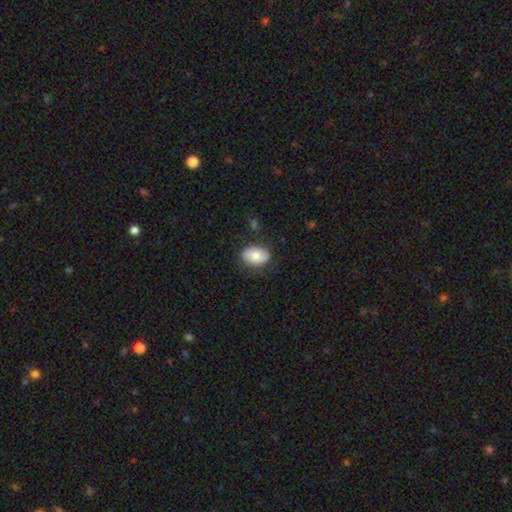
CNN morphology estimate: smooth_or_featured: smooth (p=0.78) [alt: featured or disk p=0.15]
how_rounded: in between (p=0.77) [alt: round p=0.22]
merging: none (p=0.79) [alt: minor disturbance p=0.15]